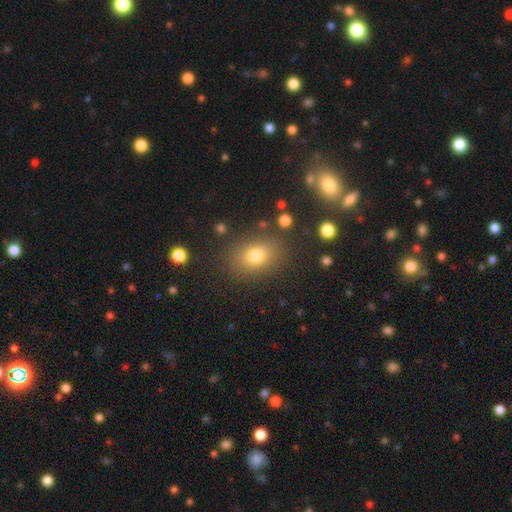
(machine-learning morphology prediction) Overall: smooth (75%). How rounded: in between (65%; round 33%). Merging: none (83%).